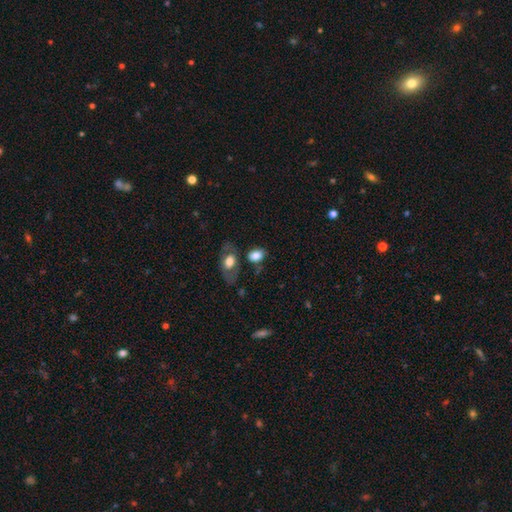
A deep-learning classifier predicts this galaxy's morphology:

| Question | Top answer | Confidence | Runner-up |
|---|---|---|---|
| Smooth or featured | smooth | 77% | featured or disk (15%) |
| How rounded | in between | 80% | round (19%) |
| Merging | none | 60% | merger (18%) |